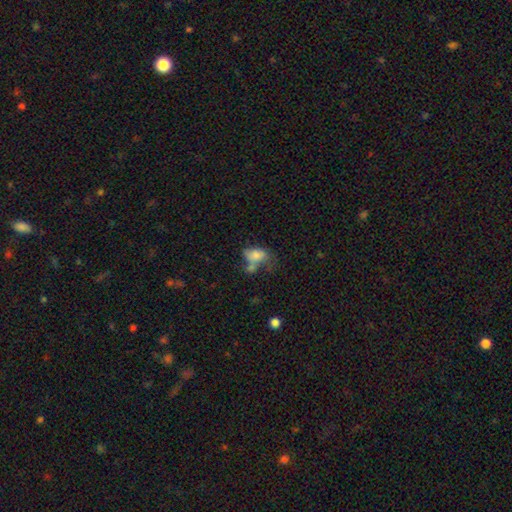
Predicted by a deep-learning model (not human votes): A smooth galaxy with no disk features (68%) that is in between round and cigar-shaped (88%). Merging: merger (33%).